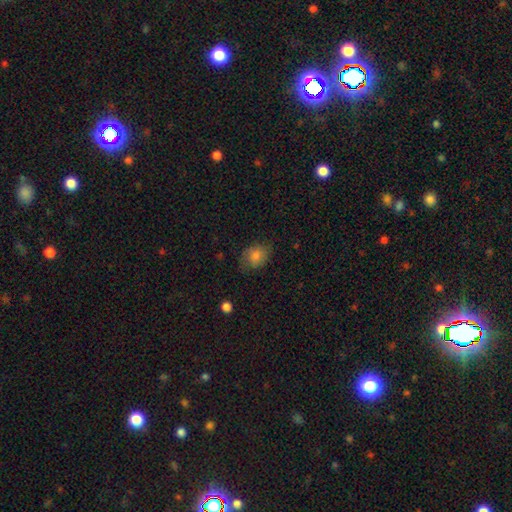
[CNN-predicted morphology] smooth_or_featured: smooth (p=0.78) [alt: featured or disk p=0.12]
how_rounded: in between (p=0.59) [alt: round p=0.39]
merging: none (p=0.69) [alt: minor disturbance p=0.23]